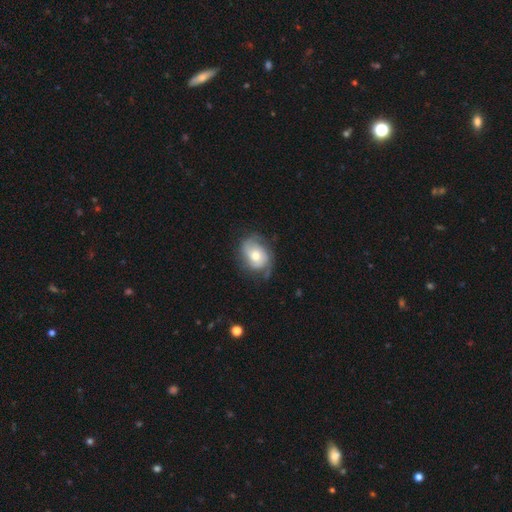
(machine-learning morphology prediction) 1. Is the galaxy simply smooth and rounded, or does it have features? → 67% featured or disk, 27% smooth, 6% star or artifact.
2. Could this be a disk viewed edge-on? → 97% no, 3% yes.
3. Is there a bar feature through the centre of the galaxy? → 73% no, 23% weak, 4% strong.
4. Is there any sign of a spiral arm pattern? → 89% yes, 11% no.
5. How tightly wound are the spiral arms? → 41% medium, 37% tight, 22% loose.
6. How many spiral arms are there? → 47% 2, 23% can't tell, 17% 3, 6% 1, 4% 4, 3% more than 4.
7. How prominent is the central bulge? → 69% moderate, 18% small, 10% large, 1% none, 1% dominant.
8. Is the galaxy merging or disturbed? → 60% none, 26% minor disturbance, 12% major disturbance, 2% merger.